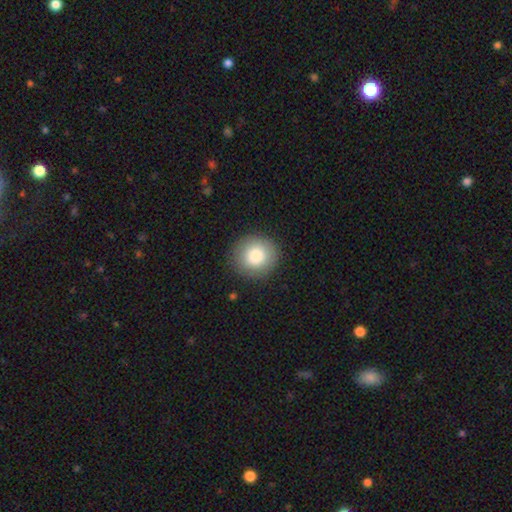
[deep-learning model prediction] smooth 84%, star or artifact 8%, featured or disk 7%. Down the decision tree: how rounded — round (92%); merging — none (90%).